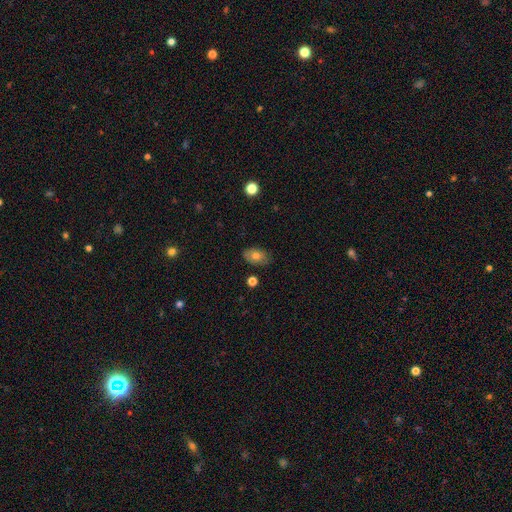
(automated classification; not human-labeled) A smooth galaxy with no disk features (74%) that is in between round and cigar-shaped (88%). Merging: none (81%).